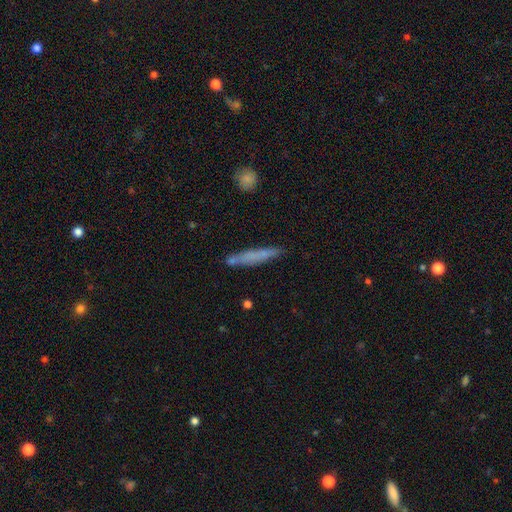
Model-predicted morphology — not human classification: Smooth or featured? Predicted: smooth (p=0.65). How rounded? Predicted: cigar-shaped (p=0.93). Merging? Predicted: none (p=0.77).